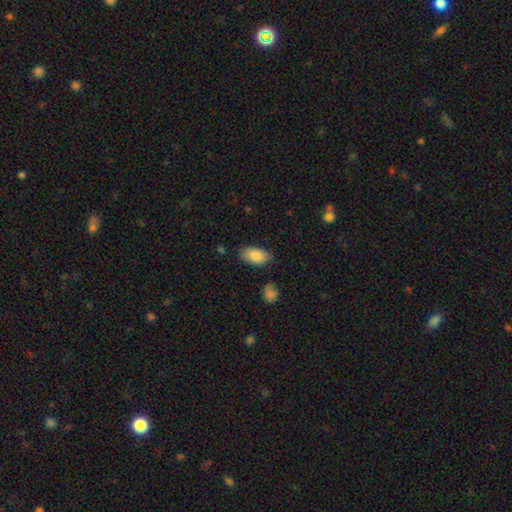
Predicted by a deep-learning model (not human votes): This is clearly a smooth galaxy (86%). How rounded: clearly in between (94%). Merging: clearly none (80%).